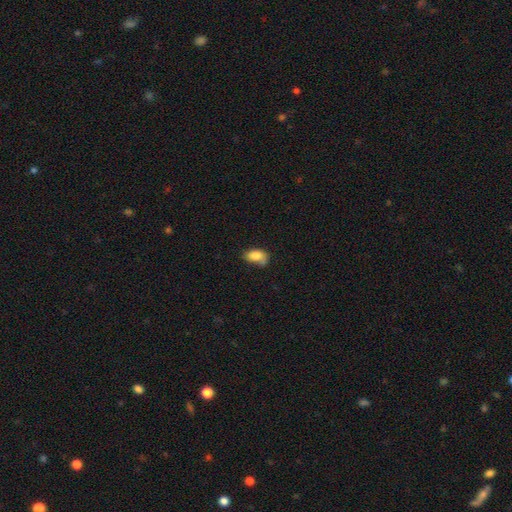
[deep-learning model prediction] A smooth galaxy with no disk features (81%) that is in between round and cigar-shaped (90%). Merging: none (50%).